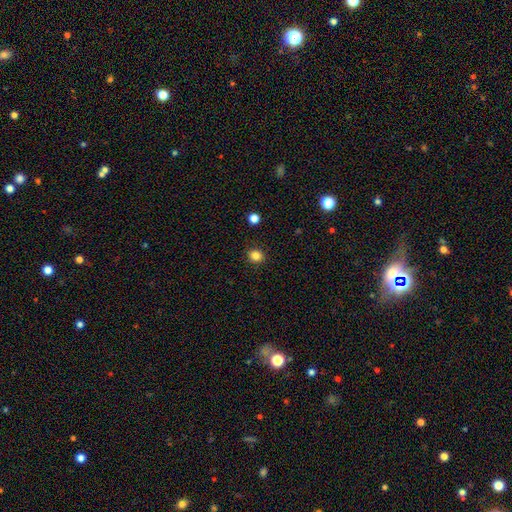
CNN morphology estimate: Smooth or featured: smooth — 83% (star or artifact — 12%)
How rounded: round — 81% (in between — 18%)
Merging: none — 90% (minor disturbance — 6%)